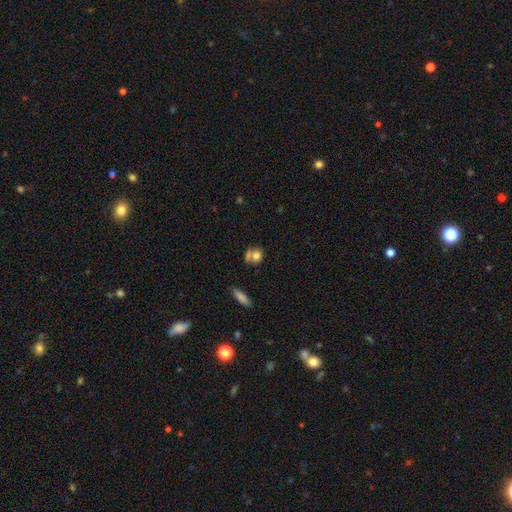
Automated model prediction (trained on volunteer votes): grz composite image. It shows a smooth galaxy with no disk features (75%) that is round (65%). Merging: none (44%).